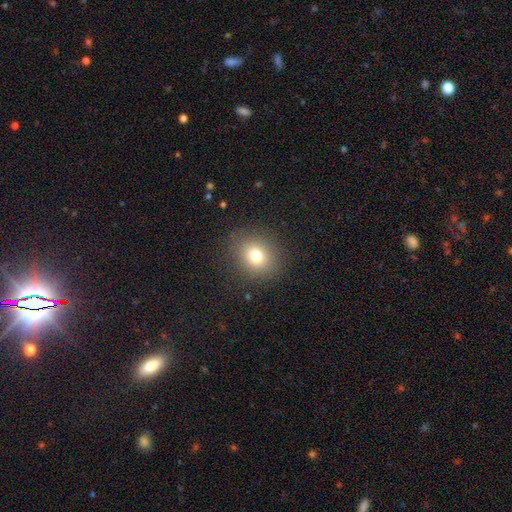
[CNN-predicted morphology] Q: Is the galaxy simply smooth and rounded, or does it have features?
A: smooth — 75%.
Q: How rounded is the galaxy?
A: round — 76%.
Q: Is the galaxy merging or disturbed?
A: none — 88%.